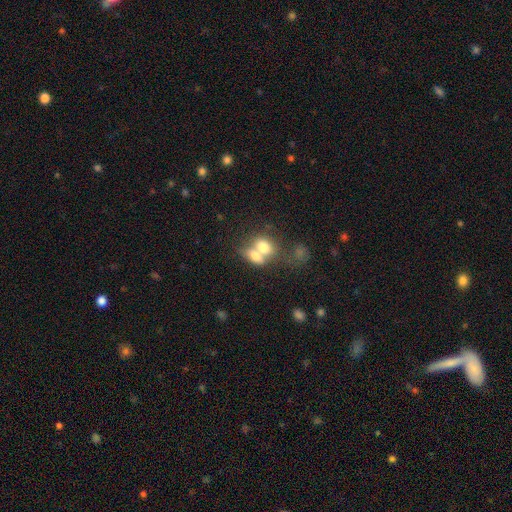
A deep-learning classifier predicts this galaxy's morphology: The model was most divided on "merging": merger: 70%, none: 19%, minor disturbance: 7%, major disturbance: 5%. More confident: how rounded — in between (75%); smooth or featured — smooth (71%).